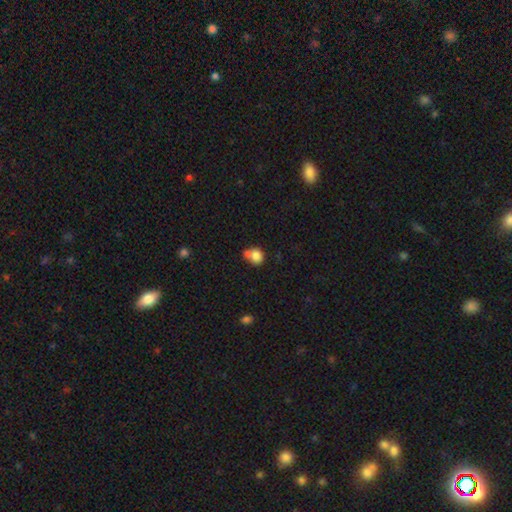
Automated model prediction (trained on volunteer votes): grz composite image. It shows a smooth galaxy with no disk features (81%) that is round (78%). Merging: none (44%).